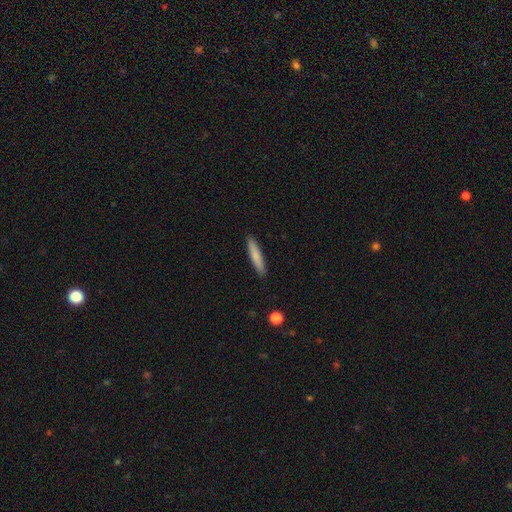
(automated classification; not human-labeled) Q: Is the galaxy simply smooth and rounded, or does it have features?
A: smooth — 79%.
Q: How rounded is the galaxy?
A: cigar-shaped — 89%.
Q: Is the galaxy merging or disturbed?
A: none — 90%.